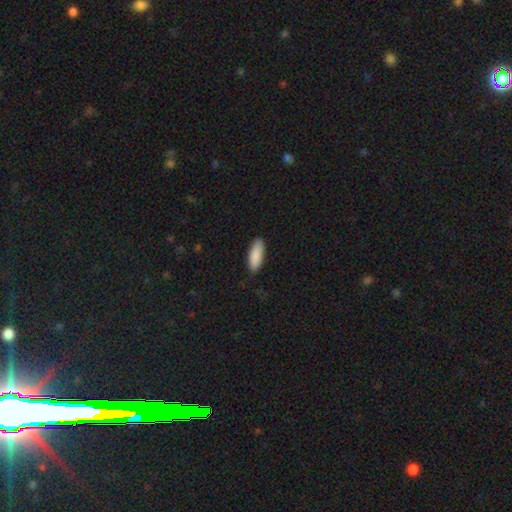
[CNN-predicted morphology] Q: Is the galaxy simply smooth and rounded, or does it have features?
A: smooth — 90%.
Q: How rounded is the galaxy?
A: in between — 66%.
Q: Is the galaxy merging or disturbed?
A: none — 87%.